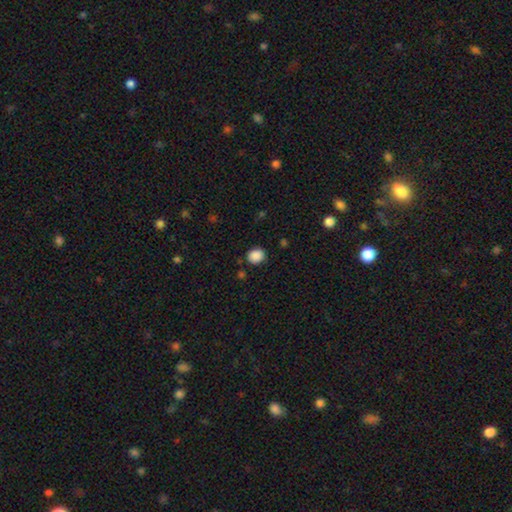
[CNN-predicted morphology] Smooth or featured? smooth (88%)
How rounded? round (72%)
Merging? none (85%)